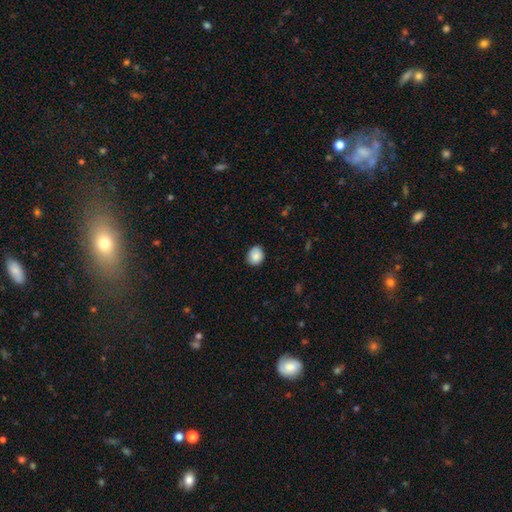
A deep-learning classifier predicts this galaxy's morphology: The model was most divided on "how rounded": round: 64%, in between: 35%, cigar-shaped: 1%. More confident: smooth or featured — smooth (88%); merging — none (83%).